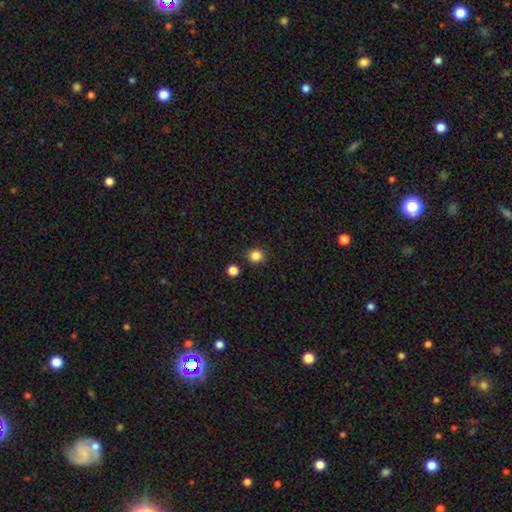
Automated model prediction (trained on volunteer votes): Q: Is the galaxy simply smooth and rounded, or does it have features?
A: smooth — 85%.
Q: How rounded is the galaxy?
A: round — 86%.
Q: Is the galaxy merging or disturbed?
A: none — 87%.